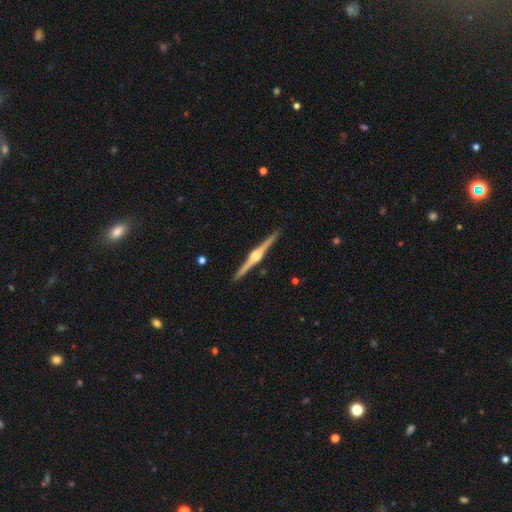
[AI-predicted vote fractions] Smooth or featured?
  - featured or disk: 88% *
  - smooth: 7%
  - star or artifact: 5%
Edge-on disk?
  - yes: 99% *
  - no: 1%
Edge-on bulge?
  - rounded: 92% *
  - boxy: 6%
  - none: 2%
Merging?
  - none: 92% *
  - minor disturbance: 5%
  - major disturbance: 1%
  - merger: 1%